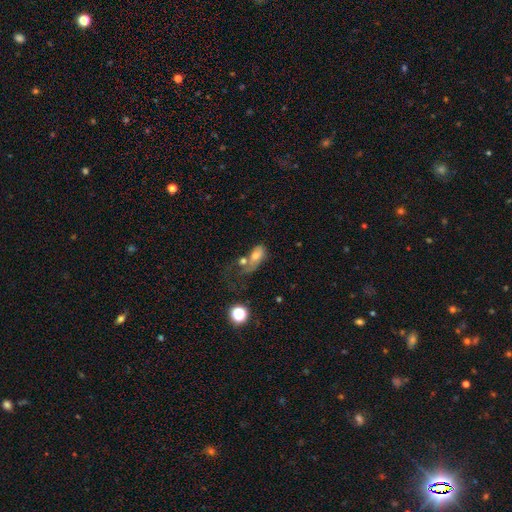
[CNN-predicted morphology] The model was most divided on "merging" (2-way tie): merger: 34%, major disturbance: 34%, none: 18%, minor disturbance: 14%. More confident: how rounded — in between (83%); smooth or featured — smooth (58%).